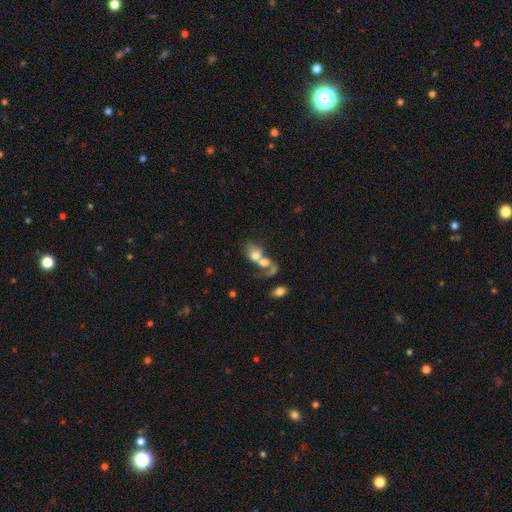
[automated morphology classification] A smooth galaxy with no disk features (60%) that is in between round and cigar-shaped (70%).

Vote fractions:
- Smooth or featured? smooth: 60% / featured or disk: 28% / star or artifact: 12%
- How rounded? in between: 70% / round: 28% / cigar-shaped: 3%
- Merging? merger: 70% / none: 13% / major disturbance: 12% / minor disturbance: 6%